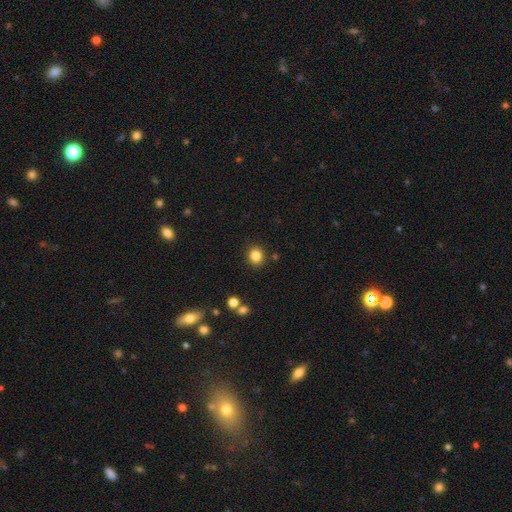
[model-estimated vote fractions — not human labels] smooth_or_featured: smooth (p=0.84) [alt: star or artifact p=0.12]
how_rounded: round (p=0.78) [alt: in between p=0.22]
merging: none (p=0.89) [alt: minor disturbance p=0.07]